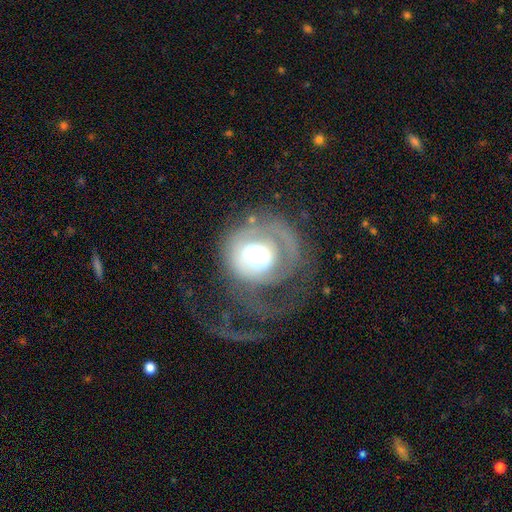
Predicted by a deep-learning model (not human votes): A featured or disk galaxy (56%) with no bar (76%), spiral arms (51%) and a large central bulge (47%). Merging: major disturbance (46%).